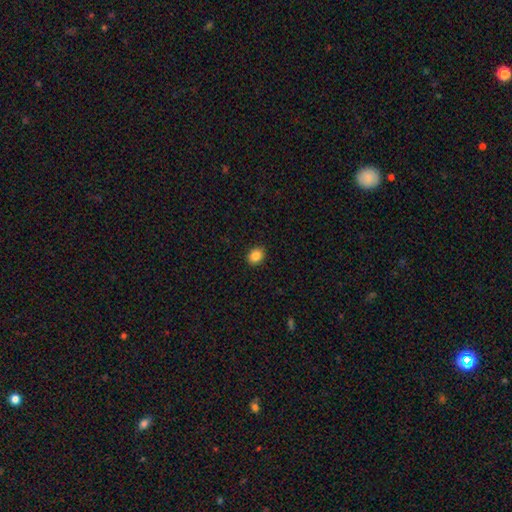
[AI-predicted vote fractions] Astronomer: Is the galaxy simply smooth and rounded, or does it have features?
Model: smooth — 86%.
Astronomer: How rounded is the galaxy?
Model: round — 51% (runner-up: in between, 48%).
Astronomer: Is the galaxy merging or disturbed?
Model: none — 90%.